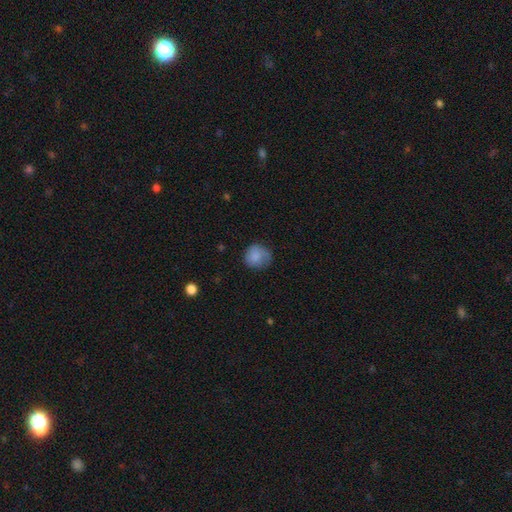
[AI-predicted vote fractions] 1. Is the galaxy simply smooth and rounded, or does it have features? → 77% smooth, 15% featured or disk, 8% star or artifact.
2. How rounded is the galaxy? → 81% round, 18% in between, 1% cigar-shaped.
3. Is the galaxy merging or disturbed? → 59% none, 26% minor disturbance, 13% major disturbance, 1% merger.